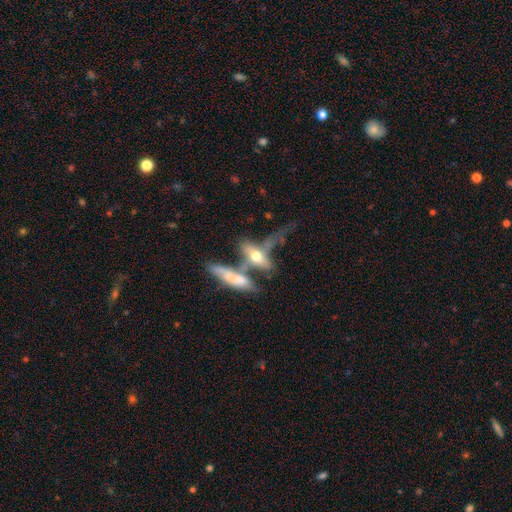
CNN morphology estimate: A featured or disk galaxy (53%) viewed edge-on (65%).

Vote fractions:
- Smooth or featured? featured or disk: 53% / smooth: 38% / star or artifact: 9%
- Edge-on disk? yes: 65% / no: 35%
- Merging? merger: 50% / none: 24% / major disturbance: 14% / minor disturbance: 12%